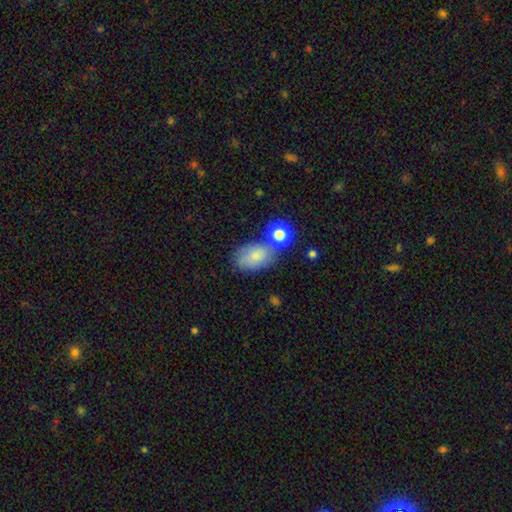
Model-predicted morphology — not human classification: This appears to be a smooth galaxy with no disk features (73%) that is in between round and cigar-shaped (85%). Merging: none (55%).